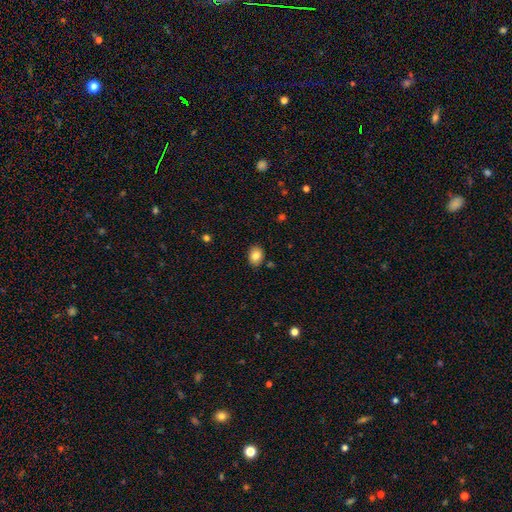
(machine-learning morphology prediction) smooth 84%, star or artifact 9%, featured or disk 7%. Down the decision tree: how rounded — in between (57%); merging — none (86%).